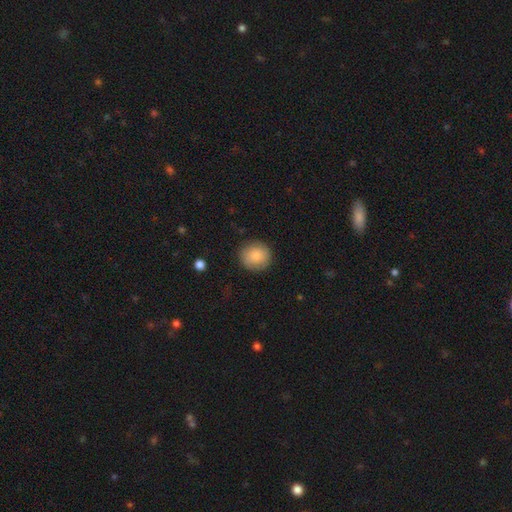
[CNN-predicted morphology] This appears to be a smooth galaxy with no disk features (86%) that is round (91%). Merging: none (89%).